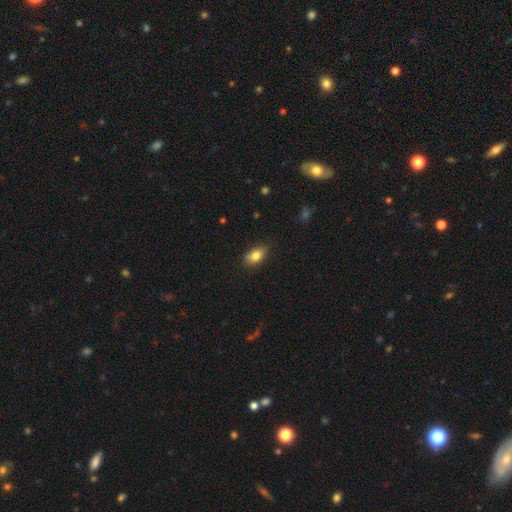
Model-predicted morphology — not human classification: This is clearly a smooth galaxy (81%). How rounded: clearly in between (82%). Merging: likely none (76%).